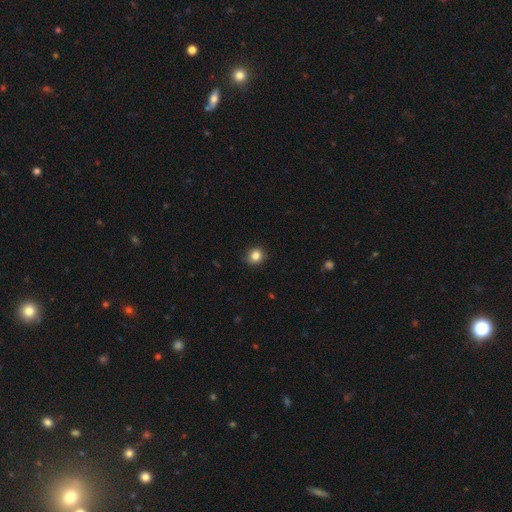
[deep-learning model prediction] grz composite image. It shows a smooth galaxy with no disk features (83%) that is round (86%). Merging: none (83%).